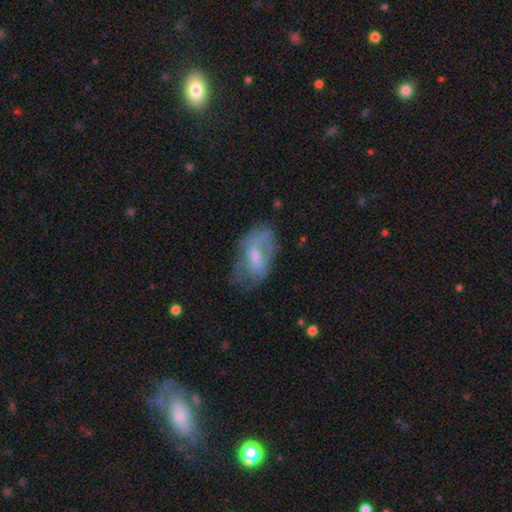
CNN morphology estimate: A featured or disk galaxy (50%). Merging: none (48%).